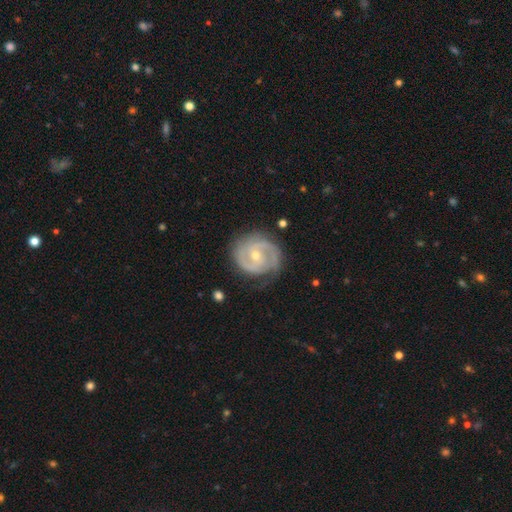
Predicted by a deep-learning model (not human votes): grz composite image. It shows a featured or disk galaxy (88%) with no bar (51%), 2 (72%) tight (54%) spiral arms (96%) and a small central bulge (51%). Merging: none (74%).